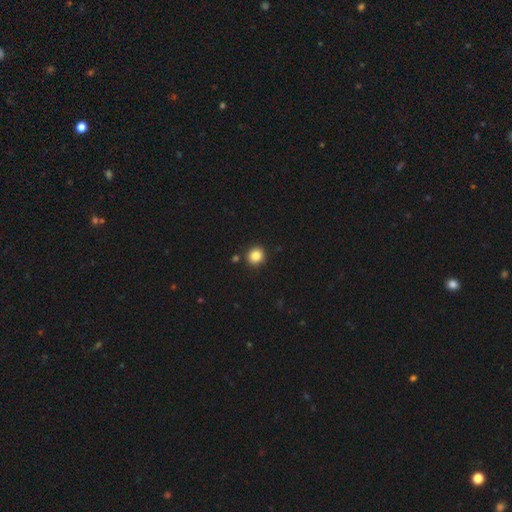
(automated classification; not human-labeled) Smooth or featured: smooth — 85% (star or artifact — 11%)
How rounded: round — 89% (in between — 10%)
Merging: none — 89% (minor disturbance — 6%)